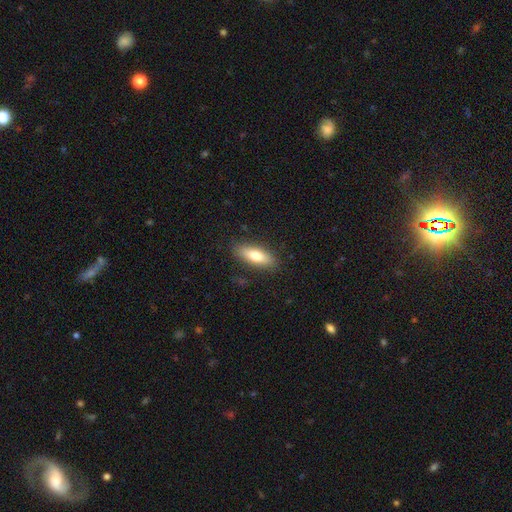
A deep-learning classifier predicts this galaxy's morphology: Smooth or featured? smooth (71%)
How rounded? in between (61%)
Merging? none (86%)